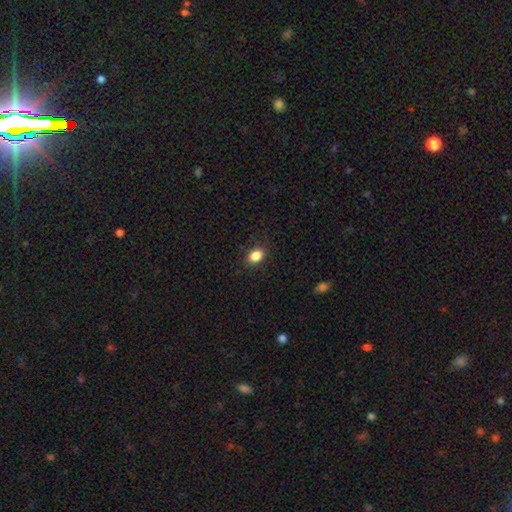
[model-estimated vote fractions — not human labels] The model was most divided on "how rounded": in between: 71%, round: 28%, cigar-shaped: 1%. More confident: smooth or featured — smooth (86%); merging — none (83%).